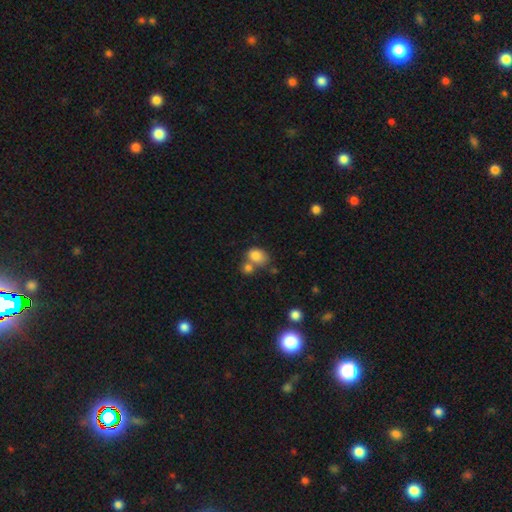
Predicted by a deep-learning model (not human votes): Q: Smooth or featured?
A: smooth (83%); runner-up: star or artifact (10%)
Q: How rounded?
A: in between (62%); runner-up: round (37%)
Q: Merging?
A: merger (41%); runner-up: none (40%)